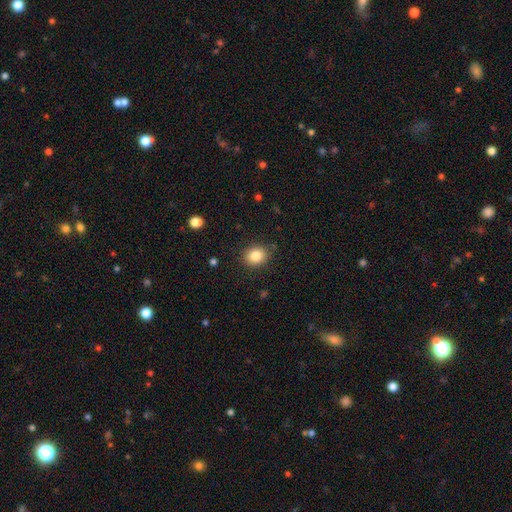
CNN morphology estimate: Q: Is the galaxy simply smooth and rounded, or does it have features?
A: smooth — 84%.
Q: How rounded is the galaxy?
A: round — 60%.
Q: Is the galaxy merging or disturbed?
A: none — 87%.